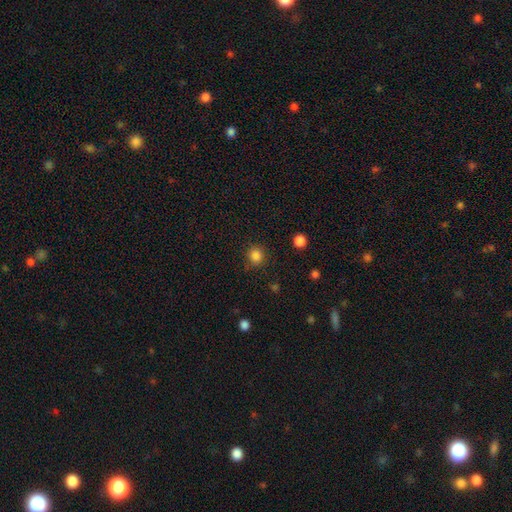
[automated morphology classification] Q: Smooth or featured?
A: smooth (84%); runner-up: star or artifact (13%)
Q: How rounded?
A: round (91%); runner-up: in between (8%)
Q: Merging?
A: none (85%); runner-up: minor disturbance (10%)